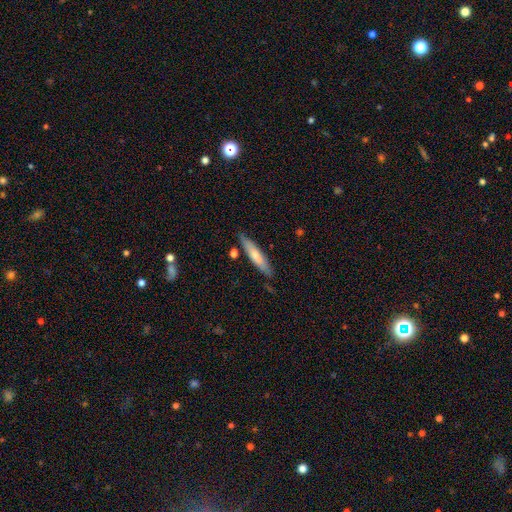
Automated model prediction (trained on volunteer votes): A smooth galaxy with no disk features (64%) that is cigar-shaped (81%).

Vote fractions:
- Smooth or featured? smooth: 64% / featured or disk: 30% / star or artifact: 6%
- How rounded? cigar-shaped: 81% / in between: 17% / round: 1%
- Merging? none: 77% / minor disturbance: 15% / merger: 5% / major disturbance: 3%